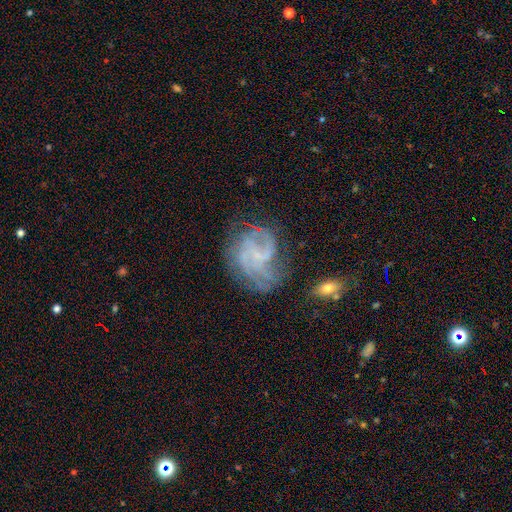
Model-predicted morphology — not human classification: Smooth or featured? featured or disk (76%)
Edge-on disk? no (98%)
Bar? no (62%)
Spiral arms? yes (87%)
Spiral winding? medium (40%)
Spiral arm count? can't tell (30%)
Bulge size? none (47%)
Merging? none (53%)